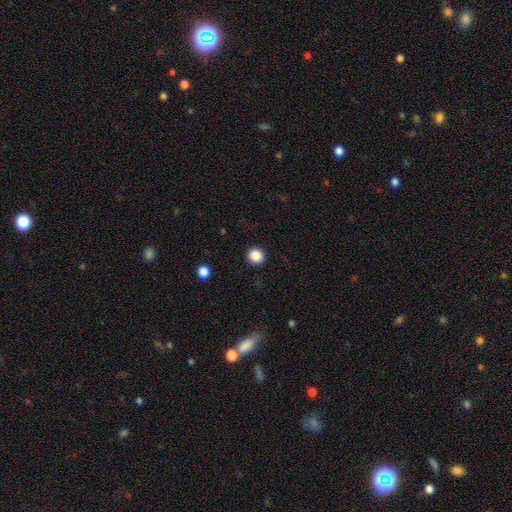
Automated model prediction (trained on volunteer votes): This appears to be a smooth galaxy with no disk features (87%) that is round (92%). Merging: none (93%).